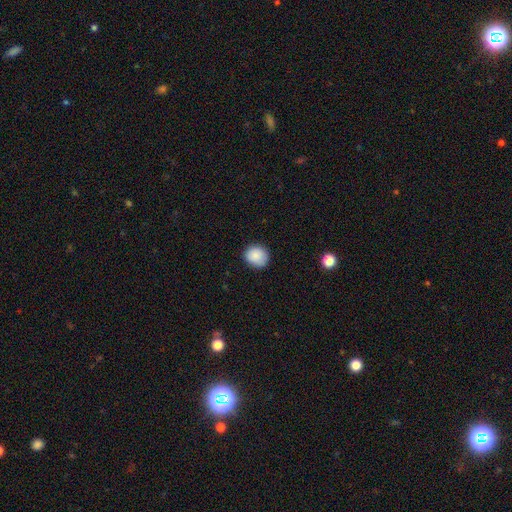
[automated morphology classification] A smooth galaxy with no disk features (86%) that is round (79%). Merging: none (85%).